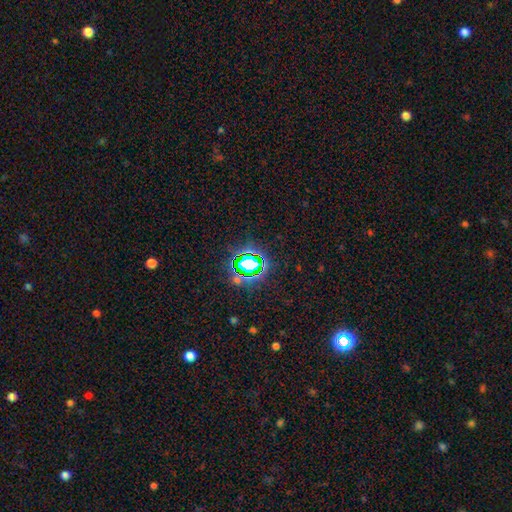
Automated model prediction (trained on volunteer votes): Smooth or featured? star or artifact (70%)